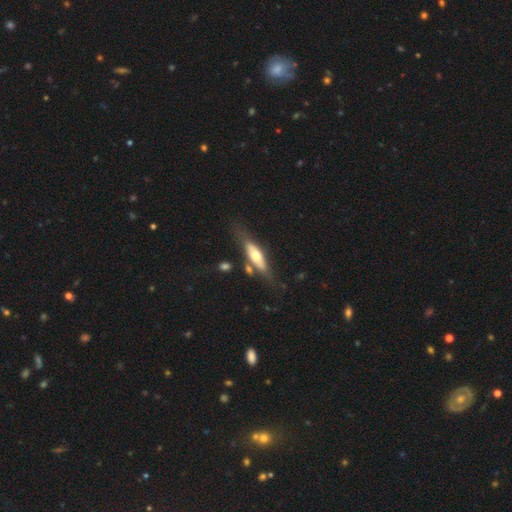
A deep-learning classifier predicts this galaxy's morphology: smooth-or-featured: featured or disk: 49% | smooth: 46% | star or artifact: 6%
  merging: none: 61% | minor disturbance: 20% | merger: 10% | major disturbance: 8%